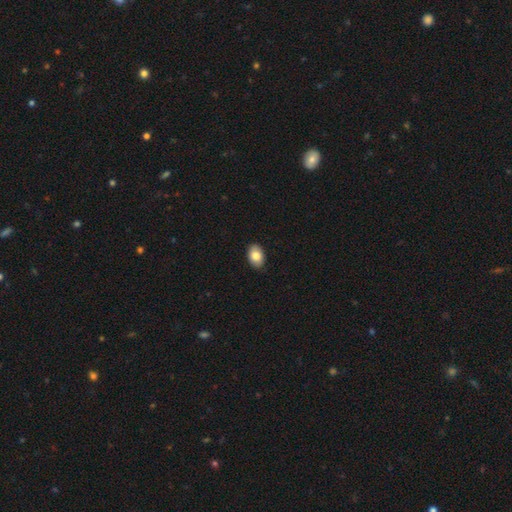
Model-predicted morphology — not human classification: Smooth or featured? smooth (83%)
How rounded? in between (87%)
Merging? none (89%)